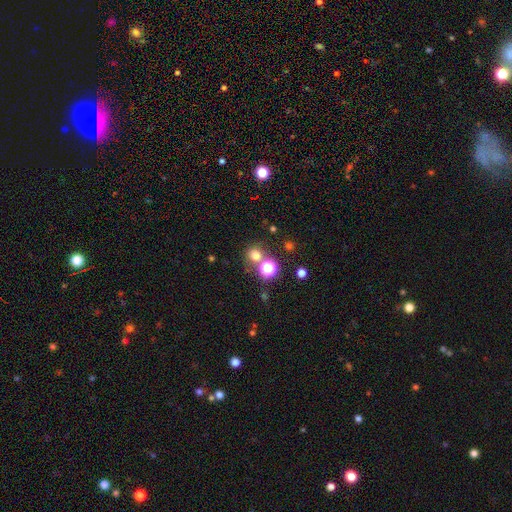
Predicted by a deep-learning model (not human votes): Smooth or featured: smooth — 67% (star or artifact — 26%)
How rounded: round — 87% (in between — 12%)
Merging: none — 68% (merger — 20%)